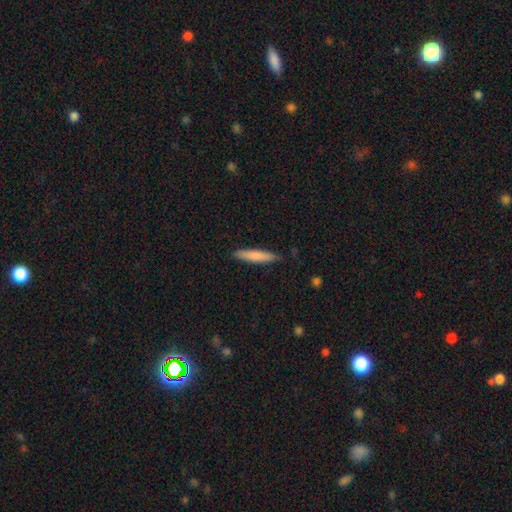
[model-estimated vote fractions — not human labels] Smooth or featured: smooth — 77% (featured or disk — 18%)
How rounded: cigar-shaped — 90% (in between — 9%)
Merging: none — 87% (minor disturbance — 10%)